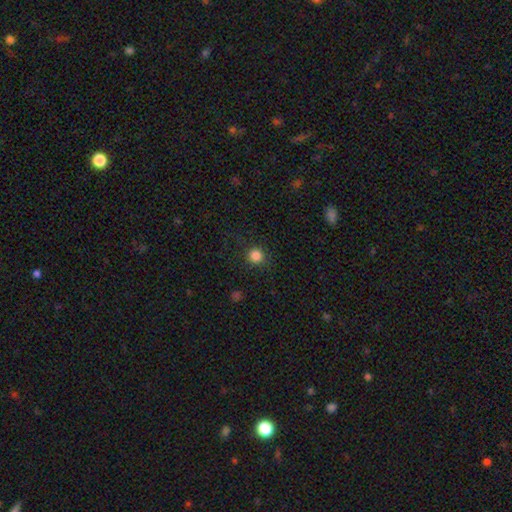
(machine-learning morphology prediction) Q: Smooth or featured?
A: smooth (84%); runner-up: star or artifact (12%)
Q: How rounded?
A: round (94%); runner-up: in between (5%)
Q: Merging?
A: none (87%); runner-up: minor disturbance (8%)